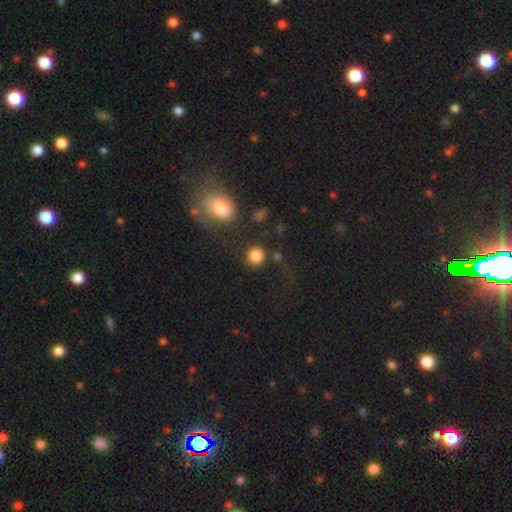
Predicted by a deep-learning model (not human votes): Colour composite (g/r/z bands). It shows a smooth galaxy with no disk features (85%) that is round (89%). Merging: none (75%).